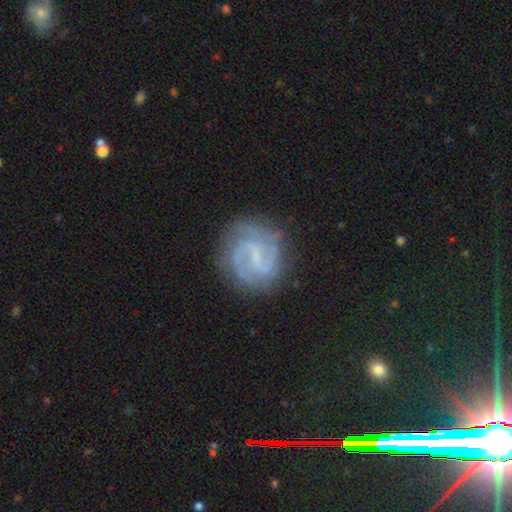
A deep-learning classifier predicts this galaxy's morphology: A featured or disk galaxy (84%) with a weak bar (55%), 2 (76%) medium (47%) spiral arms (97%) and a small central bulge (49%).

Vote fractions:
- Smooth or featured? featured or disk: 84% / smooth: 9% / star or artifact: 7%
- Edge-on disk? no: 98% / yes: 2%
- Bar? weak: 55% / strong: 27% / no: 19%
- Spiral arms? yes: 97% / no: 3%
- Spiral winding? medium: 47% / tight: 40% / loose: 13%
- Spiral arm count? 2: 76% / can't tell: 8% / 3: 8% / 1: 3% / 4: 3% / more than 4: 2%
- Bulge size? small: 49% / none: 39% / moderate: 10% / large: 1% / dominant: 1%
- Merging? none: 80% / minor disturbance: 13% / major disturbance: 6% / merger: 1%